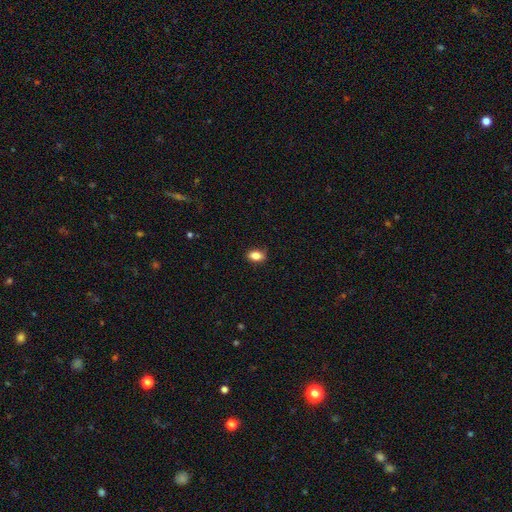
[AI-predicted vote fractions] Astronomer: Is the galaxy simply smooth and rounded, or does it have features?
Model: smooth — 84%.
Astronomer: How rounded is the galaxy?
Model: in between — 84%.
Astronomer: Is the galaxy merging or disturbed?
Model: none — 84%.